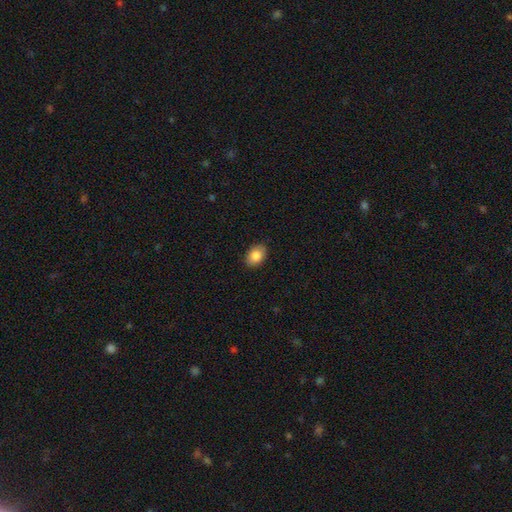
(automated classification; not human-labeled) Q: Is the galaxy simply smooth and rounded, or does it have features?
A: smooth — 86%.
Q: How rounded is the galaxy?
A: in between — 77%.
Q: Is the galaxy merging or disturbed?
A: none — 87%.